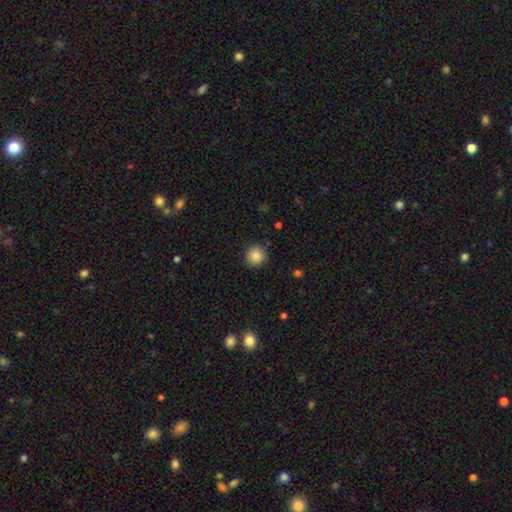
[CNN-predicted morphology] Smooth or featured?
  - smooth: 86% *
  - star or artifact: 10%
  - featured or disk: 4%
How rounded?
  - round: 94% *
  - in between: 5%
  - cigar-shaped: 1%
Merging?
  - none: 90% *
  - minor disturbance: 7%
  - major disturbance: 2%
  - merger: 1%